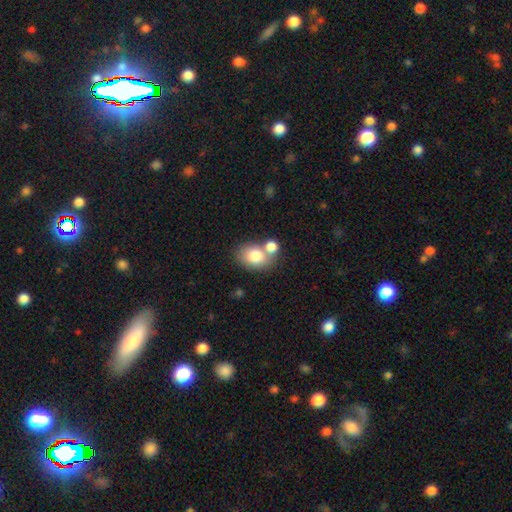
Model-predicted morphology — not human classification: Smooth or featured? Predicted: smooth (p=0.79). How rounded? Predicted: in between (p=0.67). Merging? Predicted: none (p=0.46).